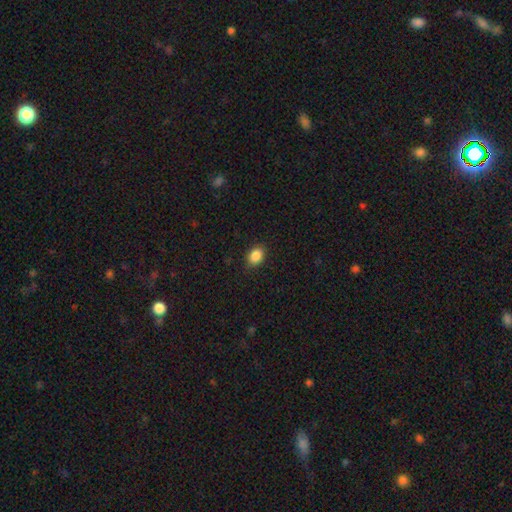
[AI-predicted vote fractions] A smooth galaxy with no disk features (87%) that is in between round and cigar-shaped (64%).

Vote fractions:
- Smooth or featured? smooth: 87% / star or artifact: 9% / featured or disk: 4%
- How rounded? in between: 64% / round: 35% / cigar-shaped: 1%
- Merging? none: 88% / minor disturbance: 9% / major disturbance: 2% / merger: 1%